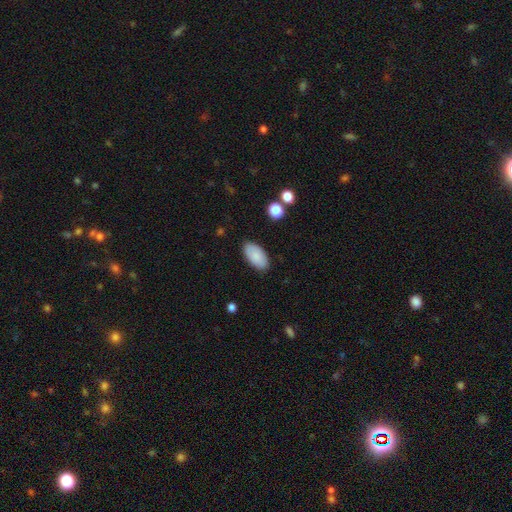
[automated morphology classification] smooth 87%, star or artifact 6%, featured or disk 6%. Down the decision tree: how rounded — in between (95%); merging — none (86%).